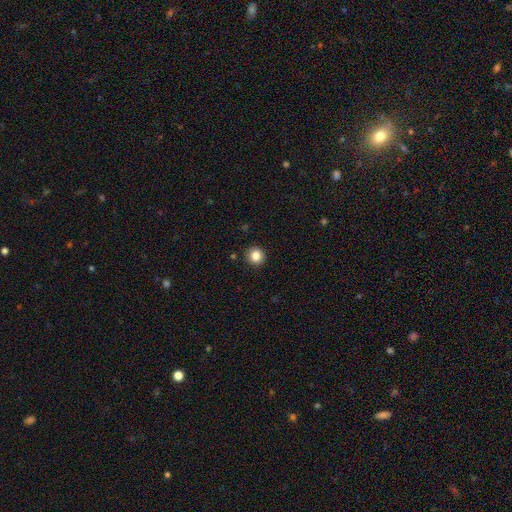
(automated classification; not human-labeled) Morphology: type=smooth (84%); roundness=round (93%); merging=none (92%).